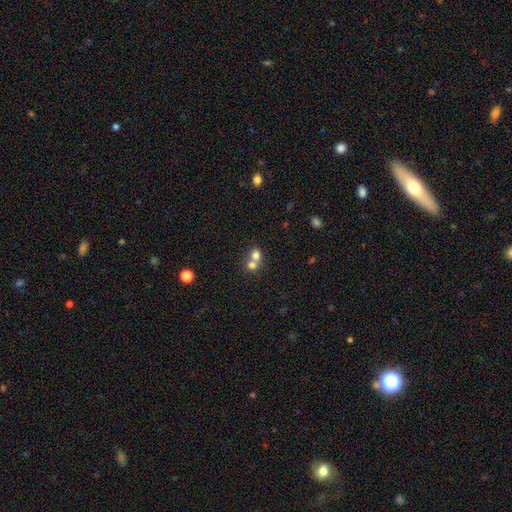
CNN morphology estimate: smooth-or-featured: smooth: 74% | featured or disk: 14% | star or artifact: 13%
  how-rounded: round: 73% | in between: 26% | cigar-shaped: 1%
  merging: merger: 64% | none: 30% | minor disturbance: 4% | major disturbance: 2%